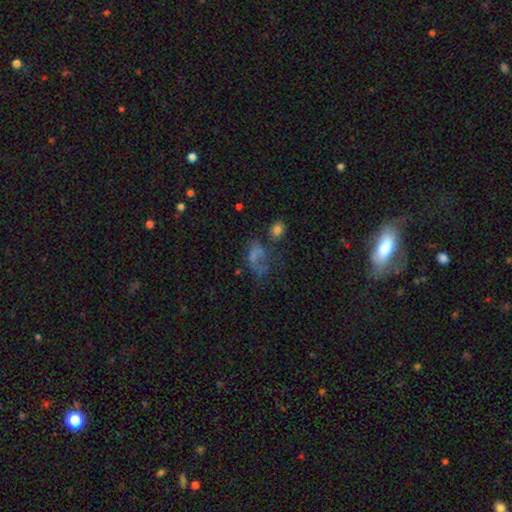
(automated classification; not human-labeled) This is possibly a smooth galaxy (47%). Merging: marginally major disturbance (36%).